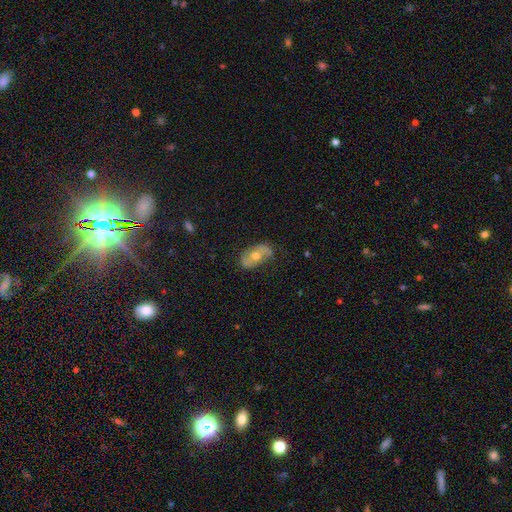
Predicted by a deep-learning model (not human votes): The model was most divided on "smooth or featured": featured or disk: 57%, smooth: 34%, star or artifact: 9%. More confident: edge-on disk — no (88%); bulge size — moderate (74%); bar — no (69%); merging — none (68%); spiral arms — yes (63%).